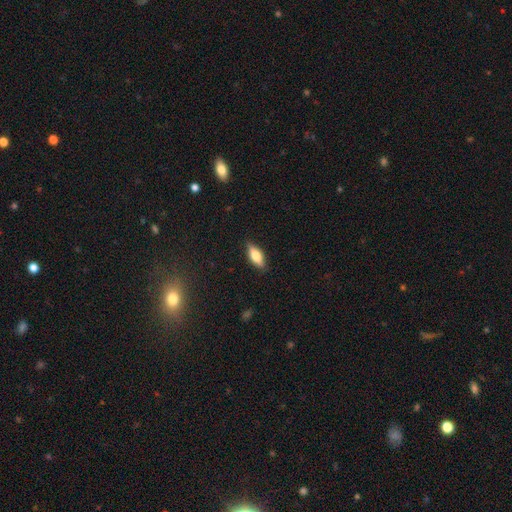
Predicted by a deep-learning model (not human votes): A smooth galaxy with no disk features (65%) that is in between round and cigar-shaped (71%). Merging: none (86%).